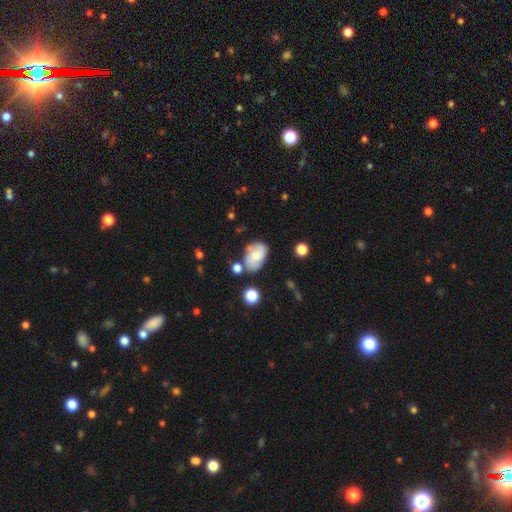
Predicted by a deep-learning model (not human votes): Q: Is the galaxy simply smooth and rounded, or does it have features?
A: smooth — 62%.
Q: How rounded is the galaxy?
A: in between — 85%.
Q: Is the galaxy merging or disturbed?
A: none — 57%.